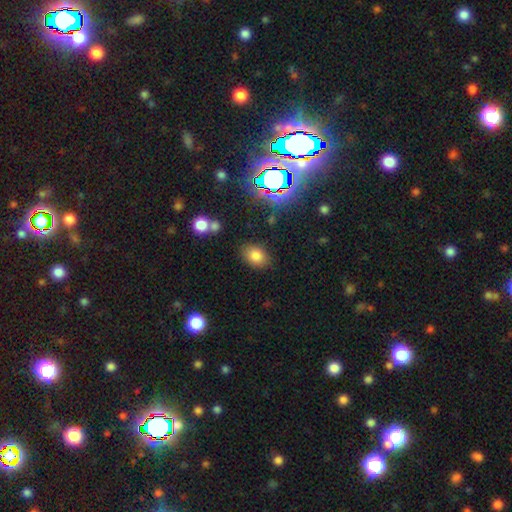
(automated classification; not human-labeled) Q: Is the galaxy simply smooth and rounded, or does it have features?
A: smooth — 78%.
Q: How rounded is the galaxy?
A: in between — 75%.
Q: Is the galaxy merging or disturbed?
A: none — 82%.